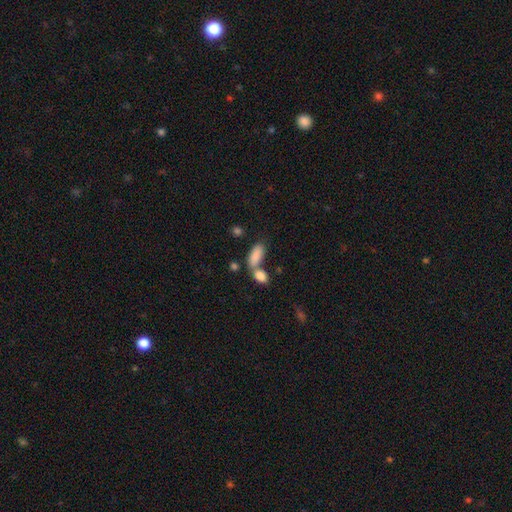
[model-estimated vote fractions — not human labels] smooth 86%, featured or disk 7%, star or artifact 7%. Down the decision tree: how rounded — in between (84%); merging — merger (43%).